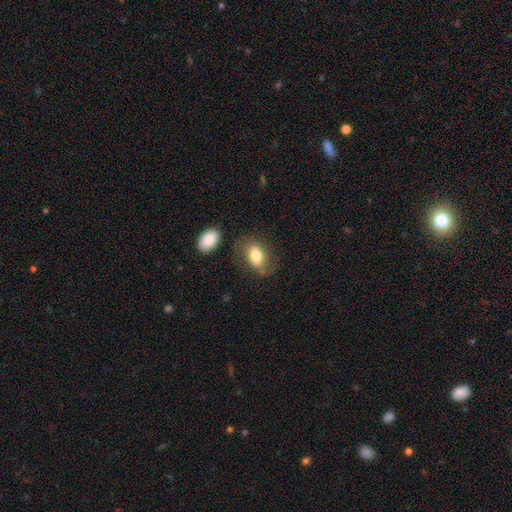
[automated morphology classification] Smooth or featured? smooth (70%)
How rounded? in between (86%)
Merging? none (61%)